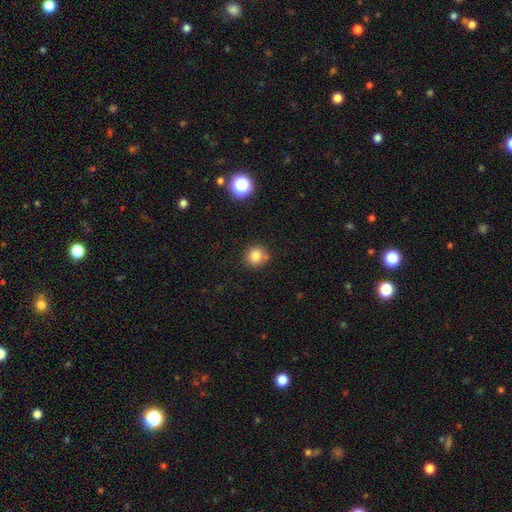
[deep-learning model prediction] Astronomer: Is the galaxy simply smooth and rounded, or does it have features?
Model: smooth — 82%.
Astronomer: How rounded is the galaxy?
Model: round — 87%.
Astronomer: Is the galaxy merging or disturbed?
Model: none — 76%.